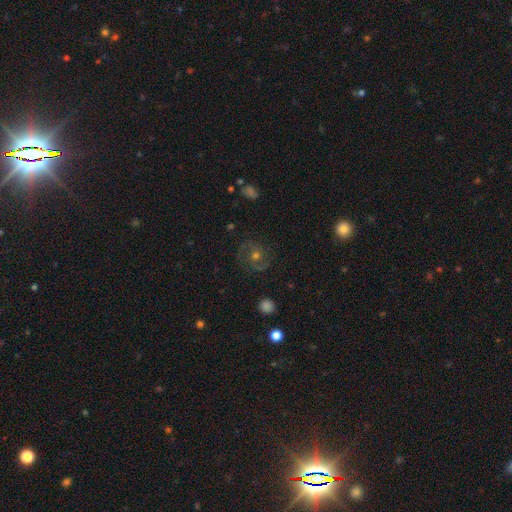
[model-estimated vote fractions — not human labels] The model was most divided on "spiral winding": medium: 46%, tight: 42%, loose: 13%. More confident: edge-on disk — no (97%); spiral arms — yes (87%); merging — none (81%); bar — no (71%); spiral arm count — 2 (68%); bulge size — moderate (67%); smooth or featured — featured or disk (62%).